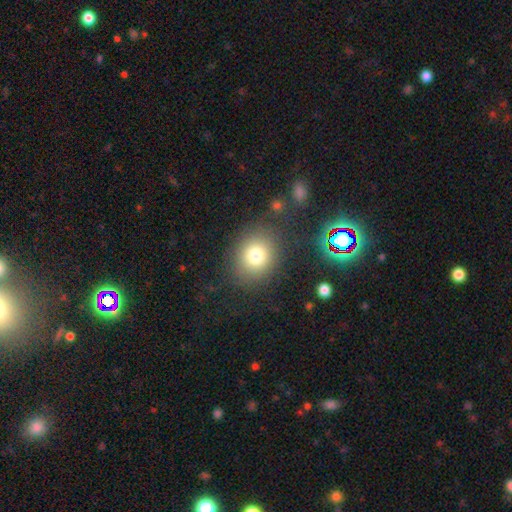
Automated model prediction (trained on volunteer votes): A smooth galaxy with no disk features (77%) that is round (69%).

Vote fractions:
- Smooth or featured? smooth: 77% / star or artifact: 14% / featured or disk: 10%
- How rounded? round: 69% / in between: 30% / cigar-shaped: 1%
- Merging? none: 82% / minor disturbance: 10% / major disturbance: 5% / merger: 3%